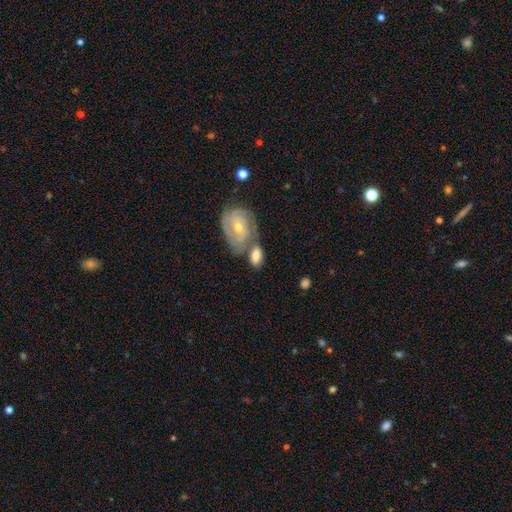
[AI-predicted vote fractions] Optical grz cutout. It shows a smooth galaxy with no disk features (55%) that is in between round and cigar-shaped (86%). Merging: none (39%).